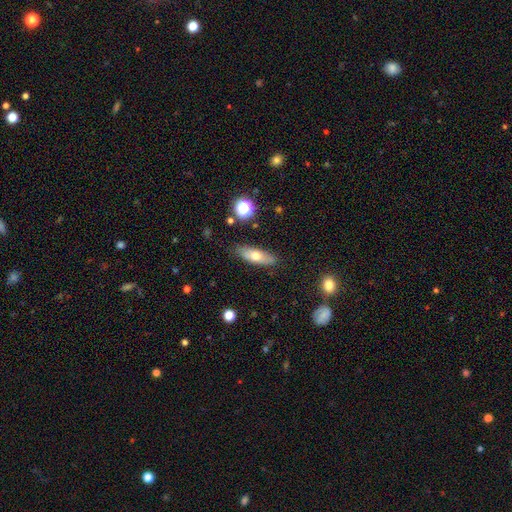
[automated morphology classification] A smooth galaxy with no disk features (60%) that is in between round and cigar-shaped (63%). Merging: none (83%).